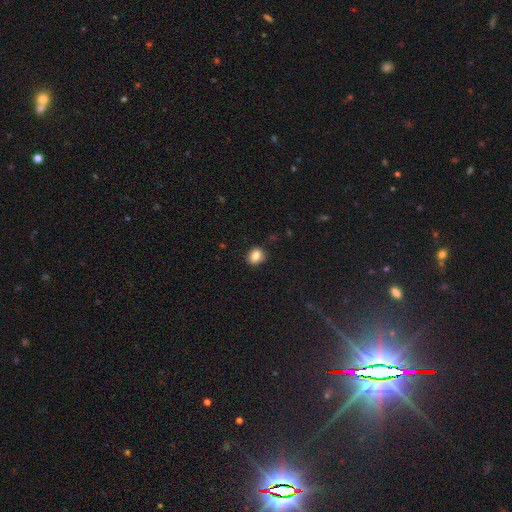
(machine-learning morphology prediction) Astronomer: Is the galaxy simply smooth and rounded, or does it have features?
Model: smooth — 84%.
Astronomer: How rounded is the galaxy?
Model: round — 66%.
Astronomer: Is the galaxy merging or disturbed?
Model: none — 88%.